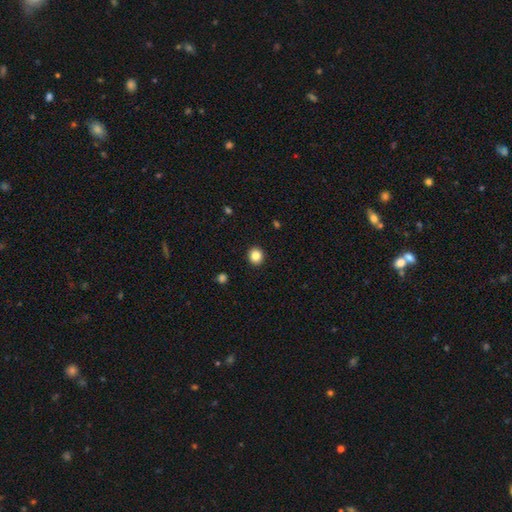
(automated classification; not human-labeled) smooth-or-featured: smooth: 85% | star or artifact: 11% | featured or disk: 5%
  how-rounded: round: 88% | in between: 11% | cigar-shaped: 1%
  merging: none: 93% | minor disturbance: 5% | major disturbance: 2% | merger: 1%